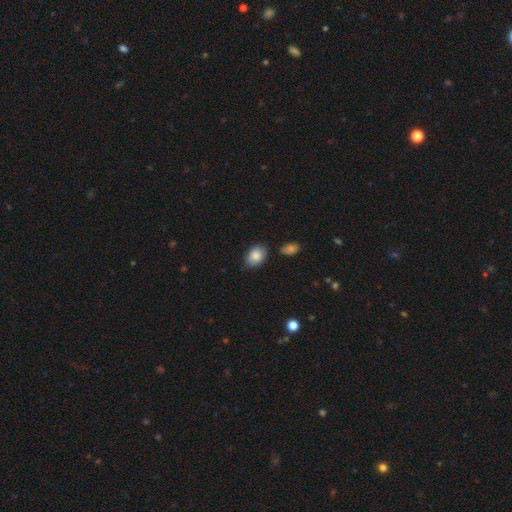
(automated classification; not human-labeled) Smooth or featured? smooth (85%)
How rounded? in between (77%)
Merging? none (73%)